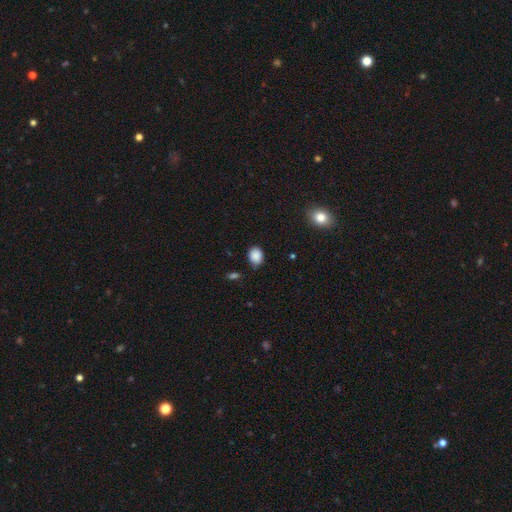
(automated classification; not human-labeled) Q: Smooth or featured?
A: smooth (88%); runner-up: star or artifact (9%)
Q: How rounded?
A: in between (58%); runner-up: round (40%)
Q: Merging?
A: none (77%); runner-up: minor disturbance (18%)